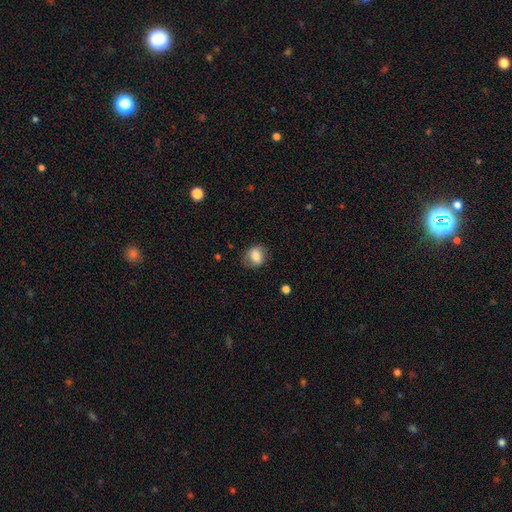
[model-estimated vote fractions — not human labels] Morphology: type=smooth (76%); roundness=in between (51%); merging=none (73%).